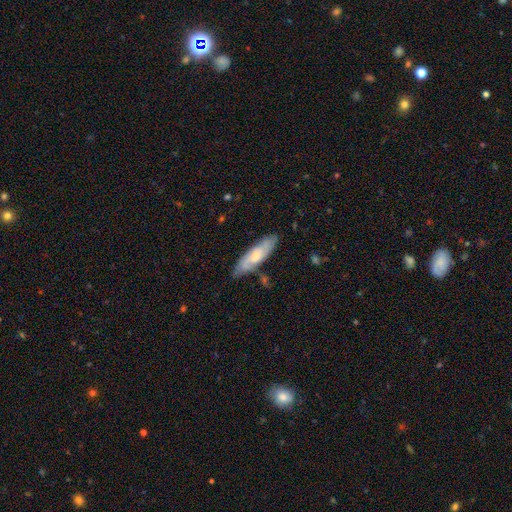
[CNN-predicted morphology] Q: Smooth or featured?
A: smooth (48%); runner-up: featured or disk (46%)
Q: Merging?
A: none (73%); runner-up: minor disturbance (19%)